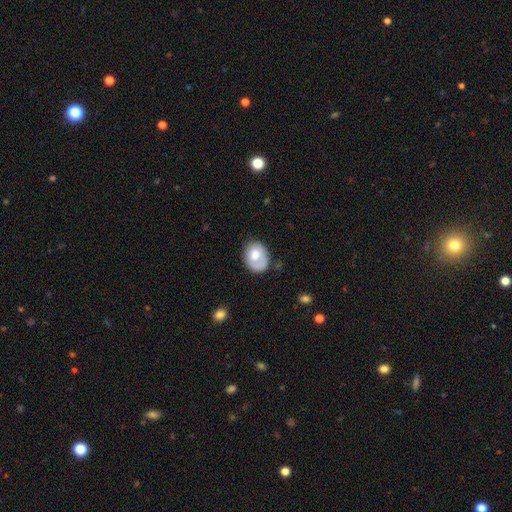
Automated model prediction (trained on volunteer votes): A smooth galaxy with no disk features (69%) that is in between round and cigar-shaped (61%).

Vote fractions:
- Smooth or featured? smooth: 69% / featured or disk: 25% / star or artifact: 7%
- How rounded? in between: 61% / round: 38% / cigar-shaped: 1%
- Merging? none: 60% / minor disturbance: 26% / major disturbance: 11% / merger: 3%